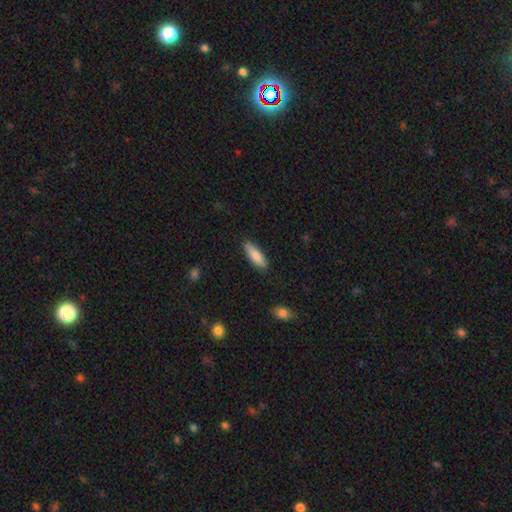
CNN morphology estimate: This is clearly a smooth galaxy (82%). How rounded: possibly in between (51%). Merging: clearly none (86%).